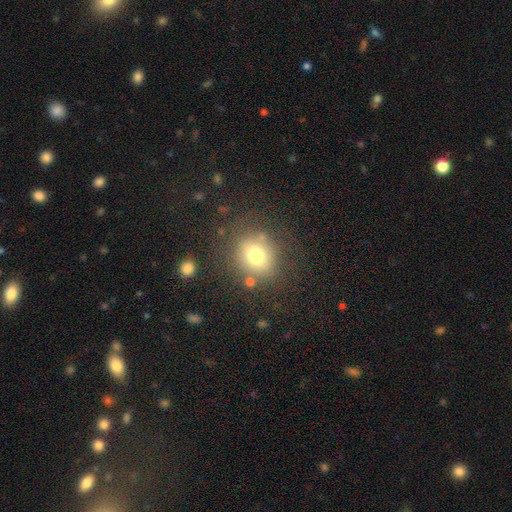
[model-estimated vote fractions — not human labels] A smooth galaxy with no disk features (74%) that is round (73%). Merging: none (75%).